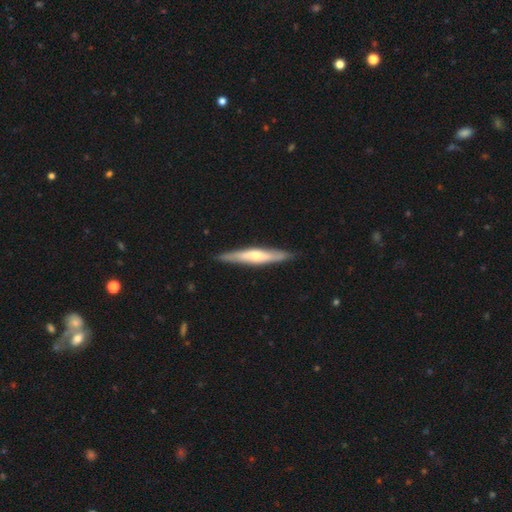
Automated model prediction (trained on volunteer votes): A featured or disk galaxy (56%) viewed edge-on (91%) with a rounded central bulge (70%). Merging: none (88%).